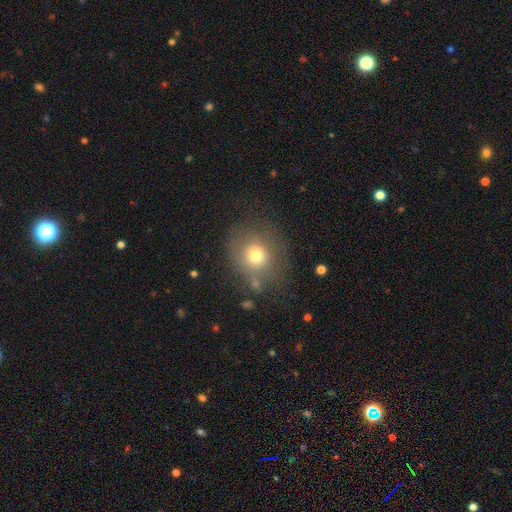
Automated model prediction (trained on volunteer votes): smooth-or-featured: smooth: 71% | featured or disk: 16% | star or artifact: 13%
  how-rounded: round: 76% | in between: 23% | cigar-shaped: 1%
  merging: none: 64% | minor disturbance: 20% | major disturbance: 12% | merger: 4%